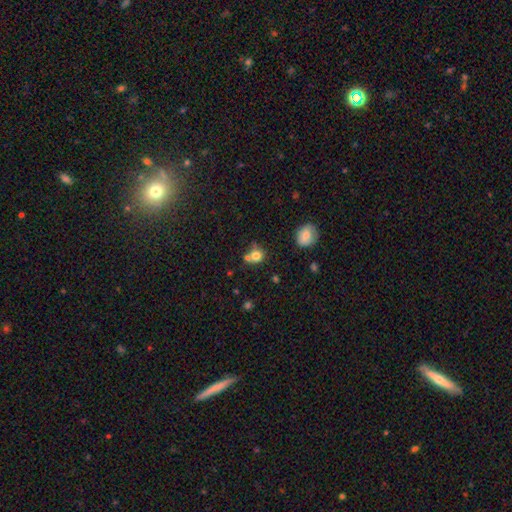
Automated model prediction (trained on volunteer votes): Smooth or featured? Predicted: smooth (p=0.77). How rounded? Predicted: round (p=0.81). Merging? Predicted: none (p=0.49).